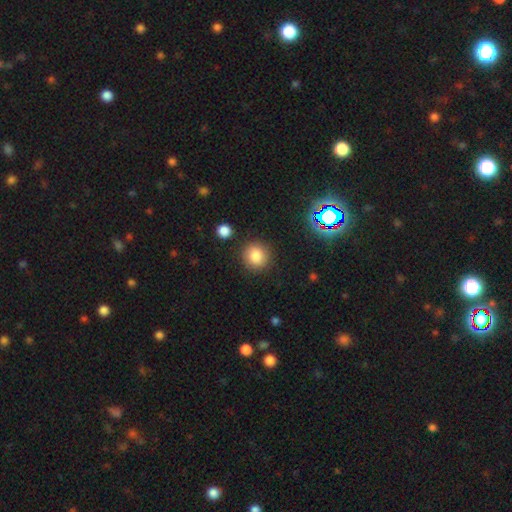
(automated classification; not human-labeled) Smooth or featured? Predicted: smooth (p=0.83). How rounded? Predicted: round (p=0.91). Merging? Predicted: none (p=0.87).